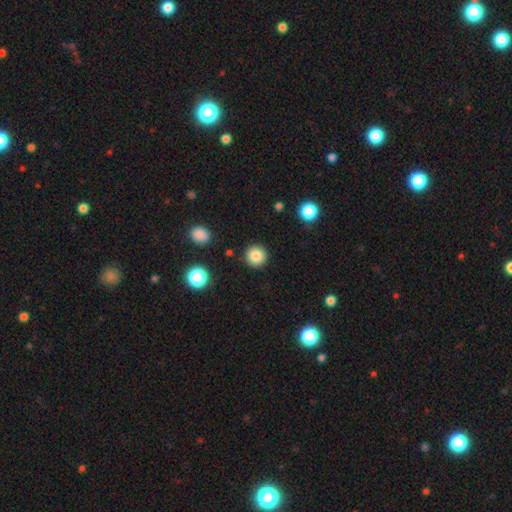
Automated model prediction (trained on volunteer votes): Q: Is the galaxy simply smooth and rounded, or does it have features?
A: smooth — 85%.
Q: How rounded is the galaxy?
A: round — 95%.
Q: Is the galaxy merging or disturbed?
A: none — 91%.